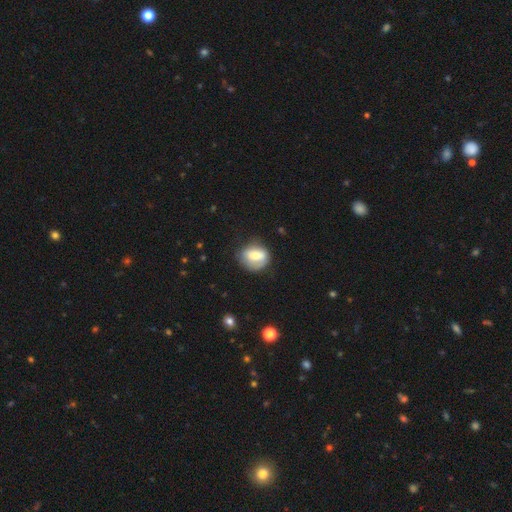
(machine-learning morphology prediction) Smooth or featured?
  - smooth: 66% *
  - featured or disk: 26%
  - star or artifact: 8%
How rounded?
  - round: 50% *
  - in between: 48%
  - cigar-shaped: 2%
Merging?
  - none: 59% *
  - minor disturbance: 28%
  - major disturbance: 11%
  - merger: 2%